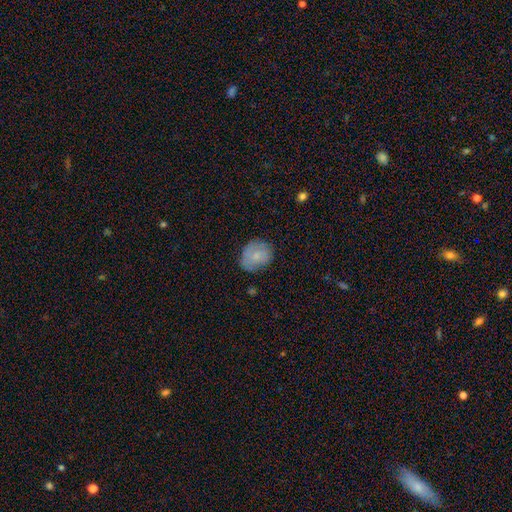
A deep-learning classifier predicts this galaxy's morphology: Smooth or featured: smooth — 70% (featured or disk — 22%)
How rounded: round — 58% (in between — 41%)
Merging: none — 71% (minor disturbance — 22%)